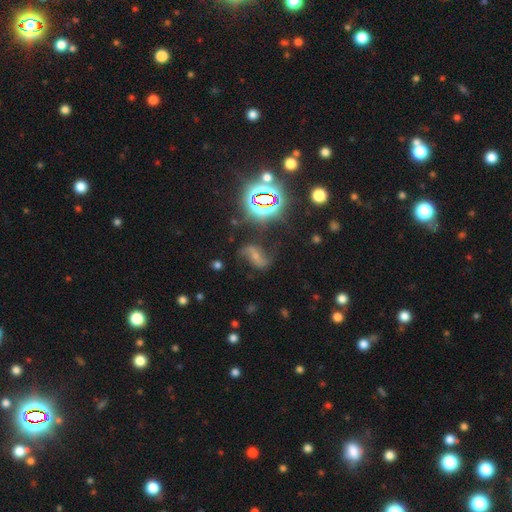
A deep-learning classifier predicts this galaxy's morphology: Smooth or featured: featured or disk — 63% (star or artifact — 22%)
Edge-on disk: no — 95% (yes — 5%)
Bar: strong — 37% (weak — 33%)
Spiral arms: yes — 90% (no — 10%)
Spiral winding: loose — 74% (medium — 21%)
Spiral arm count: 2 — 90% (can't tell — 4%)
Bulge size: small — 47% (moderate — 32%)
Merging: none — 63% (minor disturbance — 19%)